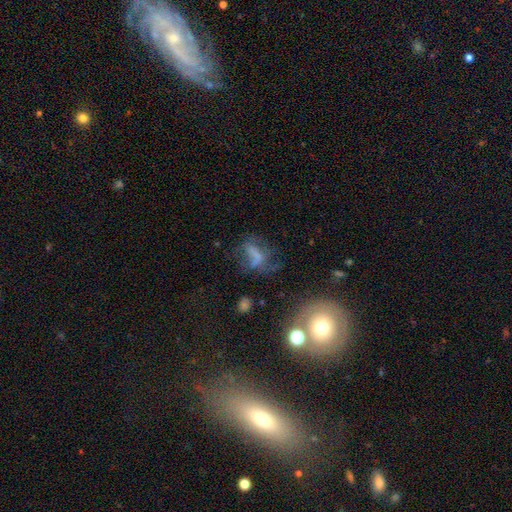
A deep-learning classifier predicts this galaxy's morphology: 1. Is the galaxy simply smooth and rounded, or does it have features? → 43% smooth, 36% featured or disk, 22% star or artifact.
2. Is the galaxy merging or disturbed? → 38% major disturbance, 33% none, 20% minor disturbance, 10% merger.